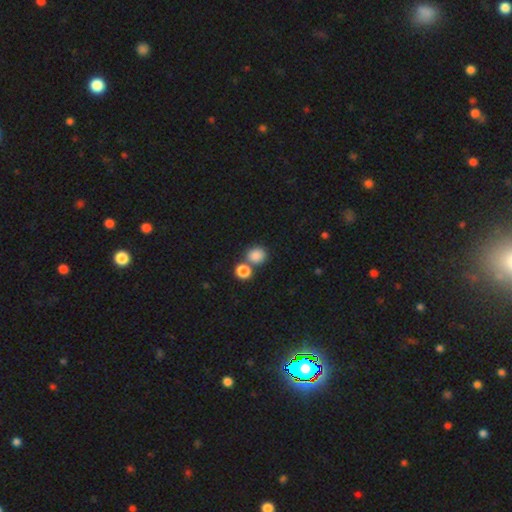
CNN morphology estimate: smooth 85%, star or artifact 10%, featured or disk 5%. Down the decision tree: how rounded — round (77%); merging — none (60%).